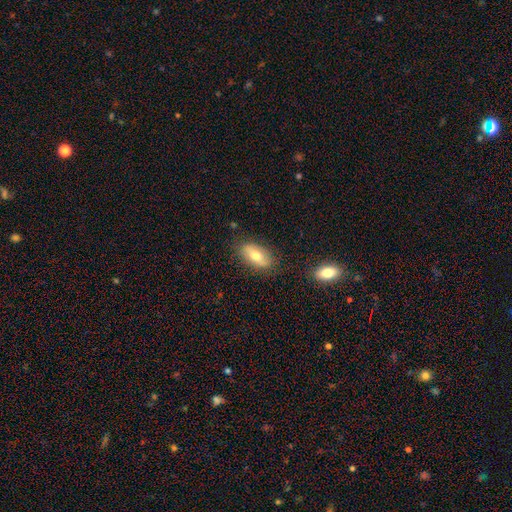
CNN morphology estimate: This is likely a smooth galaxy (66%). How rounded: clearly in between (89%). Merging: clearly none (82%).